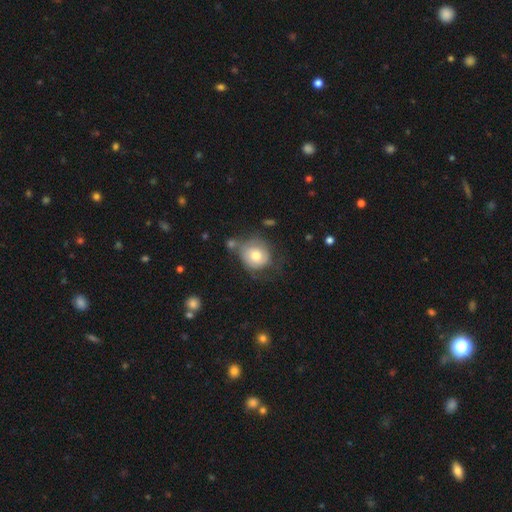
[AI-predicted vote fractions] This is likely a smooth galaxy (67%). How rounded: clearly round (83%). Merging: possibly none (48%).